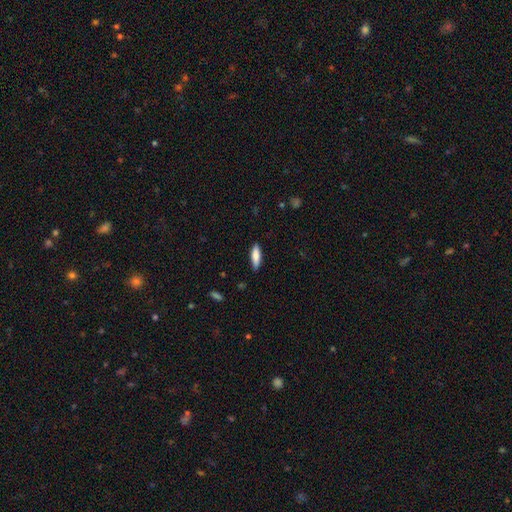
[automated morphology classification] type=smooth (81%); roundness=cigar-shaped (59%); merging=none (87%).